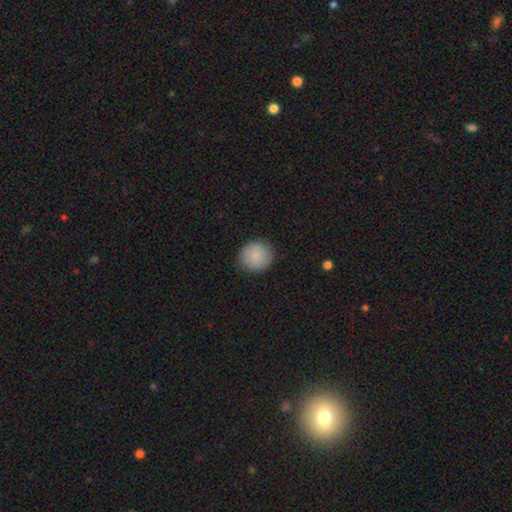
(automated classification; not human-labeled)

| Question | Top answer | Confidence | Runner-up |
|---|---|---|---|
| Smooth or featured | smooth | 85% | featured or disk (8%) |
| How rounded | round | 87% | in between (12%) |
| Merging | none | 87% | minor disturbance (10%) |